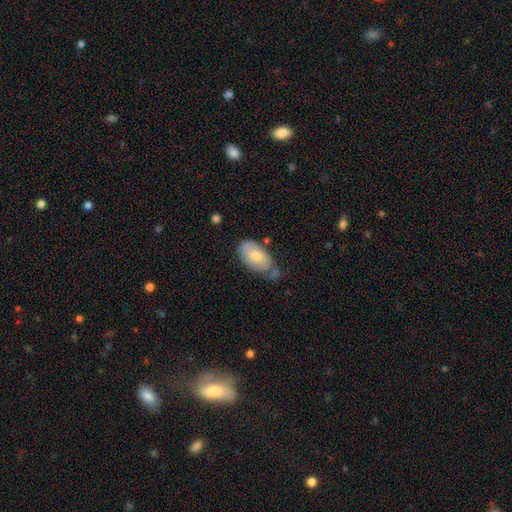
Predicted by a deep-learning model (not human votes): smooth 66%, featured or disk 28%, star or artifact 6%. Down the decision tree: how rounded — in between (93%); merging — none (51%).